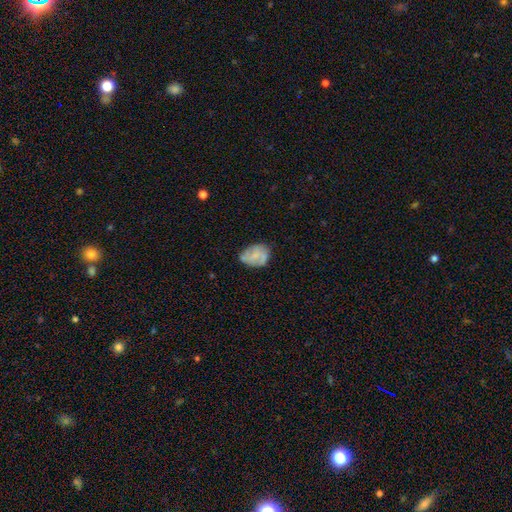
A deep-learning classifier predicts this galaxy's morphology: This appears to be a smooth galaxy with no disk features (52%) that is in between round and cigar-shaped (74%). Merging: none (55%).